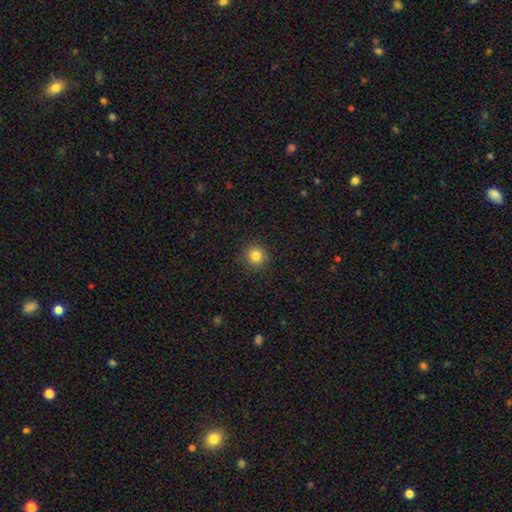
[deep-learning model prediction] smooth 82%, star or artifact 12%, featured or disk 6%. Down the decision tree: how rounded — round (94%); merging — none (91%).